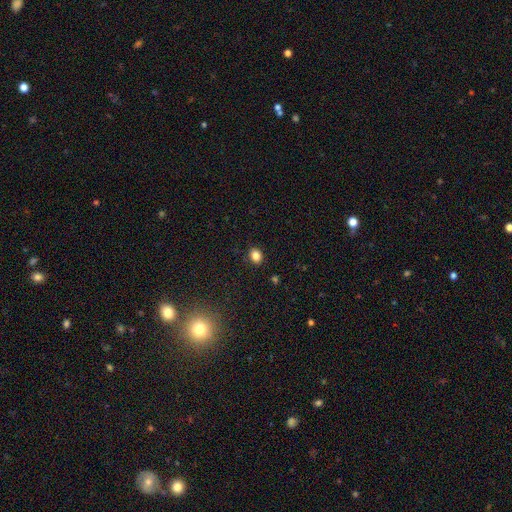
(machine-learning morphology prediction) Smooth or featured?
  - smooth: 84% *
  - star or artifact: 11%
  - featured or disk: 5%
How rounded?
  - in between: 52% *
  - round: 47%
  - cigar-shaped: 1%
Merging?
  - none: 89% *
  - minor disturbance: 8%
  - major disturbance: 2%
  - merger: 1%